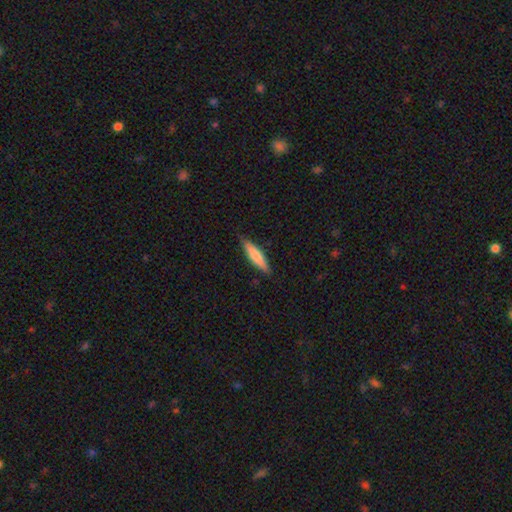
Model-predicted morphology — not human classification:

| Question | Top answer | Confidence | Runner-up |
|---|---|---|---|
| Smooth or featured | smooth | 73% | featured or disk (22%) |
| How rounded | cigar-shaped | 82% | in between (17%) |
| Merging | none | 87% | minor disturbance (10%) |